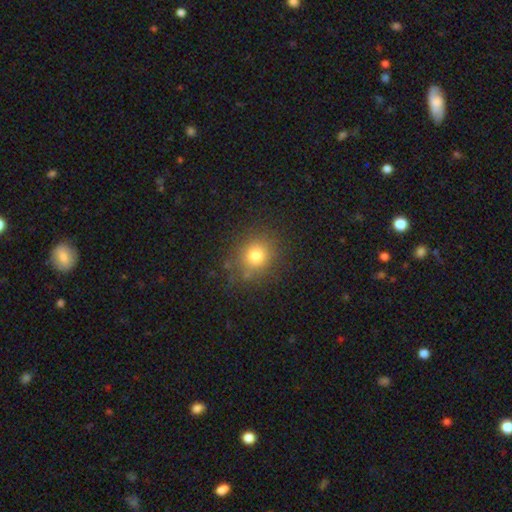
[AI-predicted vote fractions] smooth_or_featured: smooth (p=0.75) [alt: star or artifact p=0.16]
how_rounded: round (p=0.84) [alt: in between p=0.15]
merging: none (p=0.83) [alt: minor disturbance p=0.11]